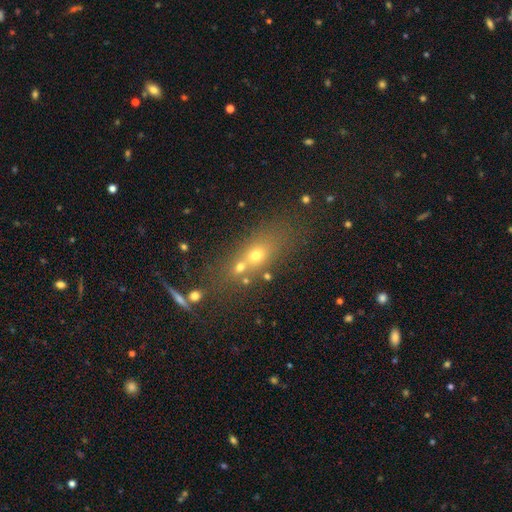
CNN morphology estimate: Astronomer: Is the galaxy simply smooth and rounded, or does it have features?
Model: smooth — 56%.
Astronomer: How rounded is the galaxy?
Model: in between — 50% (runner-up: round, 31%).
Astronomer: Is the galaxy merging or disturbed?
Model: none — 48% (runner-up: merger, 34%).